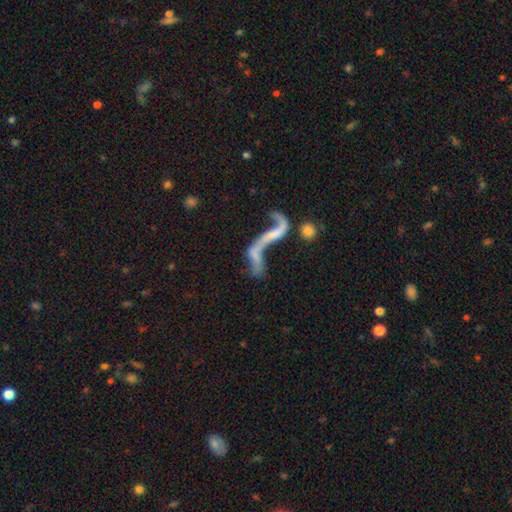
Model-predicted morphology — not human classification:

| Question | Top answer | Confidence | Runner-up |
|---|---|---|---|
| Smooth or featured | featured or disk | 62% | smooth (27%) |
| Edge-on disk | no | 86% | yes (14%) |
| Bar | no | 61% | weak (23%) |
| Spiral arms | yes | 51% | no (49%) |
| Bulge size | none | 55% | small (27%) |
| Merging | merger | 45% | major disturbance (27%) |